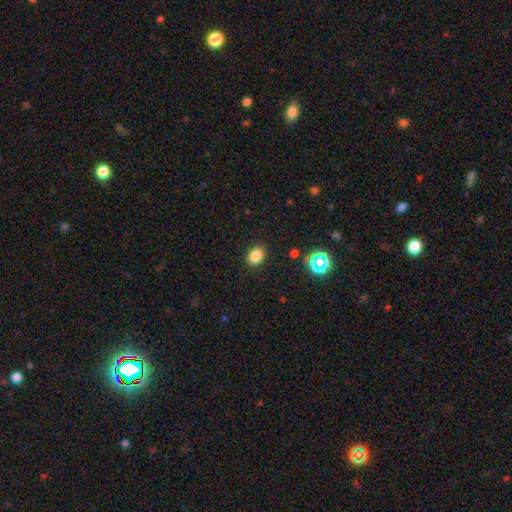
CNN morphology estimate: The model was most divided on "how rounded": in between: 65%, round: 34%, cigar-shaped: 1%. More confident: merging — none (88%); smooth or featured — smooth (82%).